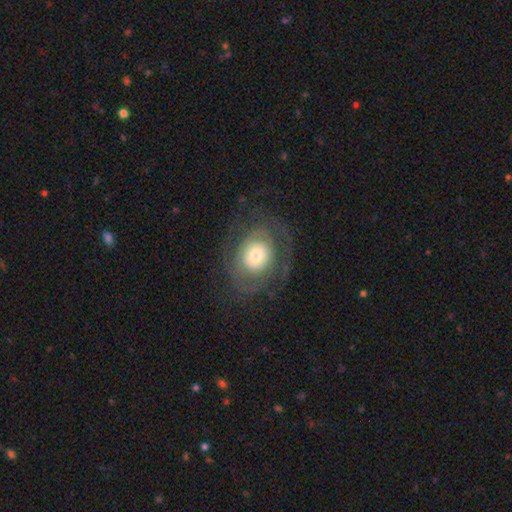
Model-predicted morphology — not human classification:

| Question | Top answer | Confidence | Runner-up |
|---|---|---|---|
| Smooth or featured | featured or disk | 56% | smooth (36%) |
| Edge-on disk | no | 96% | yes (4%) |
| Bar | no | 85% | weak (11%) |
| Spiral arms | yes | 54% | no (46%) |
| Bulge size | moderate | 48% | large (23%) |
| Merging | none | 70% | minor disturbance (15%) |